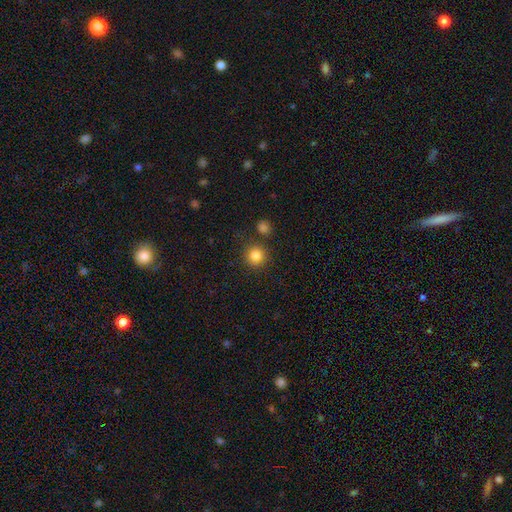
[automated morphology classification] Overall: smooth (83%). How rounded: round (94%). Merging: none (84%).